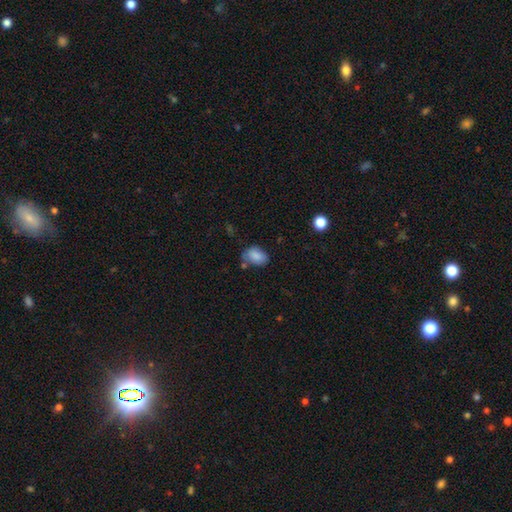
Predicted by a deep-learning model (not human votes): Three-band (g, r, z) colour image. It shows a smooth galaxy with no disk features (83%) that is in between round and cigar-shaped (83%). Merging: none (61%).